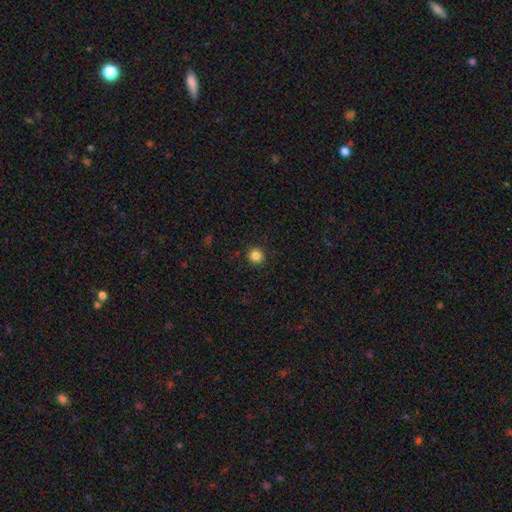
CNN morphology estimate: This appears to be a smooth galaxy with no disk features (84%) that is round (93%). Merging: none (92%).